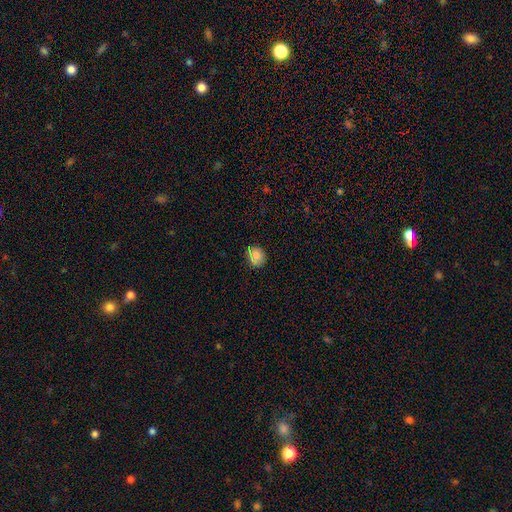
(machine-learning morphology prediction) This is likely a smooth galaxy (77%). How rounded: likely round (76%). Merging: likely none (77%).